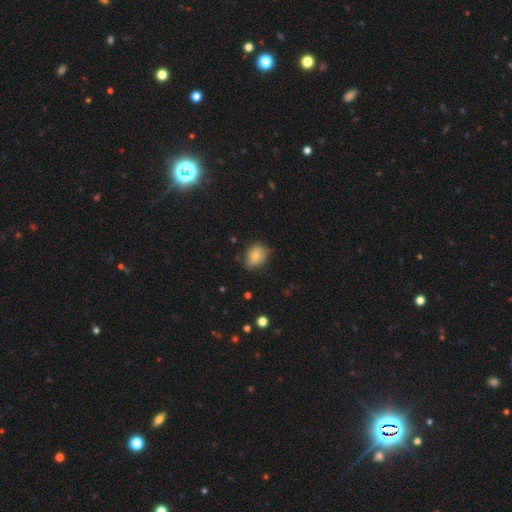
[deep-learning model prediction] smooth-or-featured: smooth: 77% | featured or disk: 15% | star or artifact: 9%
  how-rounded: in between: 58% | round: 41% | cigar-shaped: 1%
  merging: none: 62% | minor disturbance: 30% | major disturbance: 6% | merger: 1%